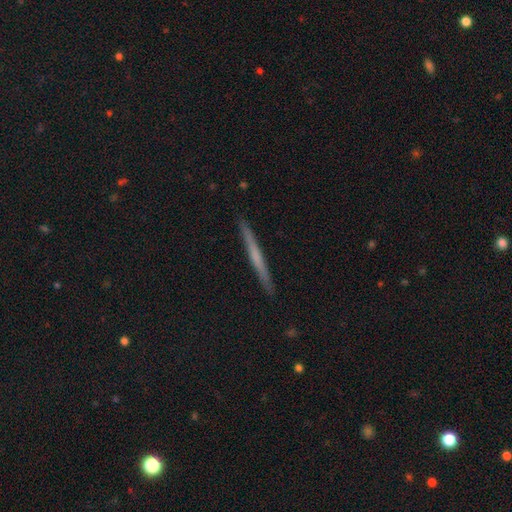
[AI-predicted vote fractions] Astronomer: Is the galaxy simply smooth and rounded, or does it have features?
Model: featured or disk — 52% (runner-up: smooth, 42%).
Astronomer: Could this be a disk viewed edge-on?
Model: yes — 98%.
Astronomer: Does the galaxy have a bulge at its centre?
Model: none — 78%.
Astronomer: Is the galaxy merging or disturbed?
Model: none — 92%.